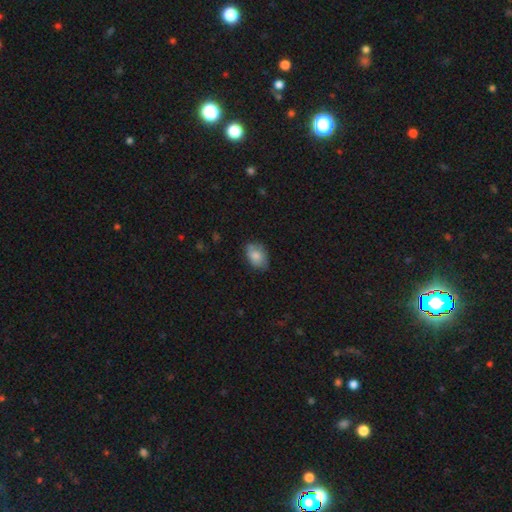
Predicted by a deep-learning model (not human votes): Smooth or featured? smooth (80%)
How rounded? in between (84%)
Merging? none (68%)